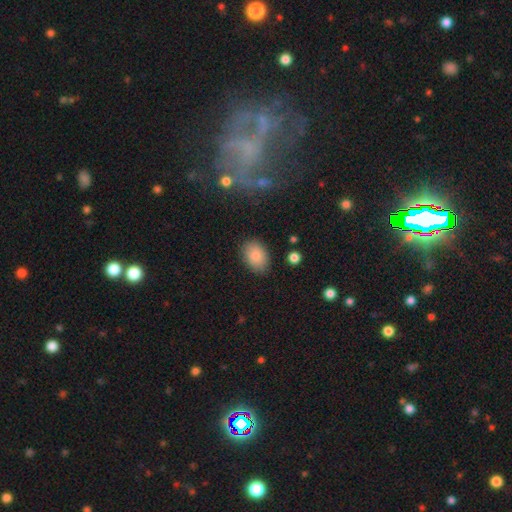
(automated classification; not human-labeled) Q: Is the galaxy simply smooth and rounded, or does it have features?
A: smooth — 85%.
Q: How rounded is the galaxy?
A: in between — 80%.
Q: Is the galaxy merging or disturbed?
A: none — 84%.